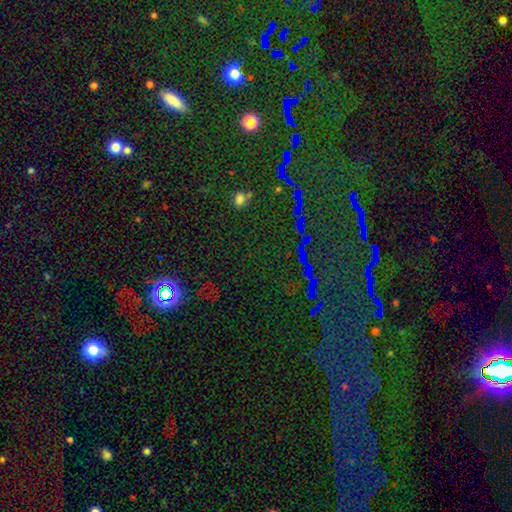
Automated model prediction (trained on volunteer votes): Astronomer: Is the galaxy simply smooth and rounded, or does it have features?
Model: star or artifact — 77%.